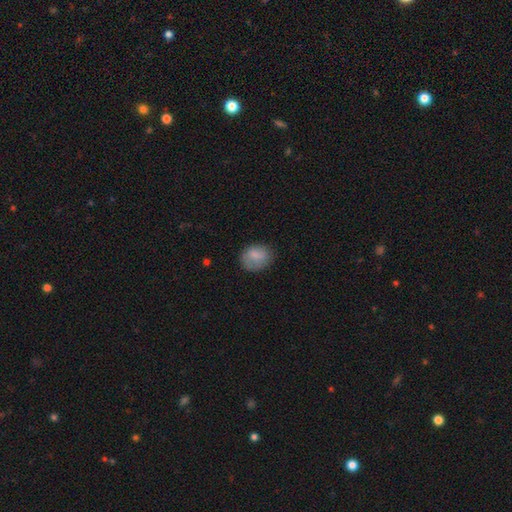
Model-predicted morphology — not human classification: Smooth or featured? Predicted: smooth (p=0.79). How rounded? Predicted: in between (p=0.51). Merging? Predicted: none (p=0.70).